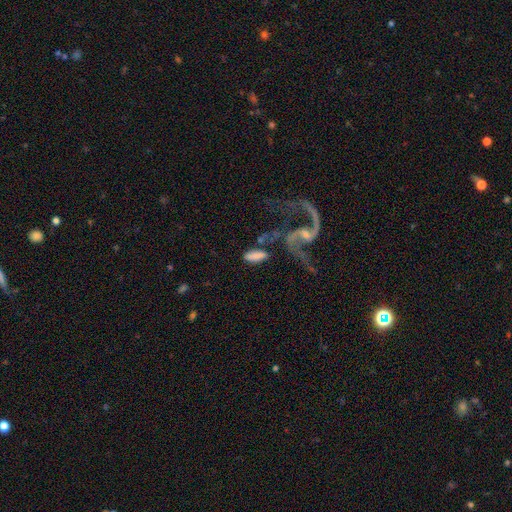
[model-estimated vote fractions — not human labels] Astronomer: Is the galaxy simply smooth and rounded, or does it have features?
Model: smooth — 64%.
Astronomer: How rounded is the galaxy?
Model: in between — 70%.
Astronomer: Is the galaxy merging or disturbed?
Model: none — 48%.